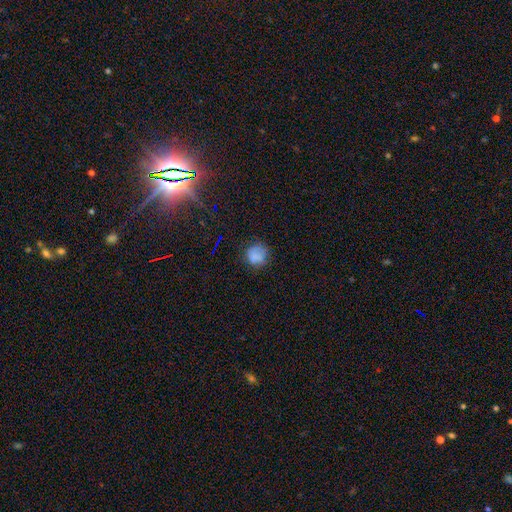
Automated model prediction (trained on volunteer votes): Smooth or featured: smooth — 73% (star or artifact — 15%)
How rounded: round — 85% (in between — 14%)
Merging: none — 67% (minor disturbance — 22%)